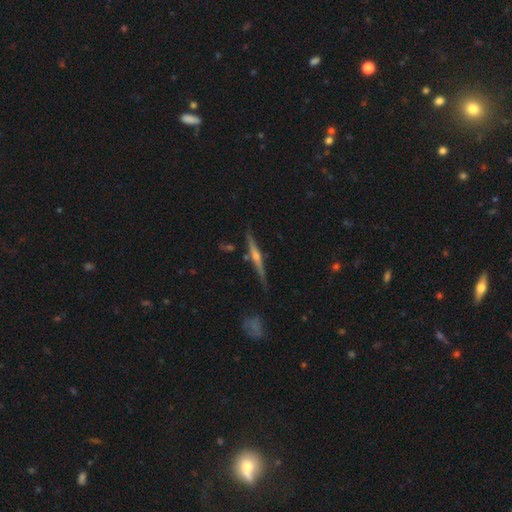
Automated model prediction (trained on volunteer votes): The model was most divided on "smooth or featured": featured or disk: 77%, smooth: 16%, star or artifact: 7%. More confident: edge-on disk — yes (98%); edge-on bulge — rounded (84%); merging — none (84%).